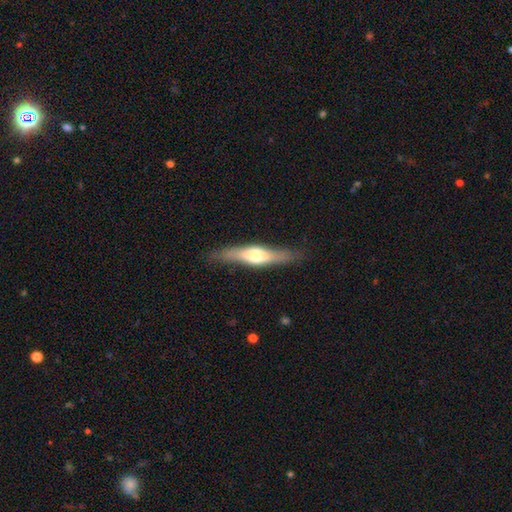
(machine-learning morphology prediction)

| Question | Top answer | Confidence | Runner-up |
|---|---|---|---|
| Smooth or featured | featured or disk | 56% | smooth (38%) |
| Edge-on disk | yes | 89% | no (11%) |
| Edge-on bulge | rounded | 80% | boxy (13%) |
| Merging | none | 82% | minor disturbance (13%) |